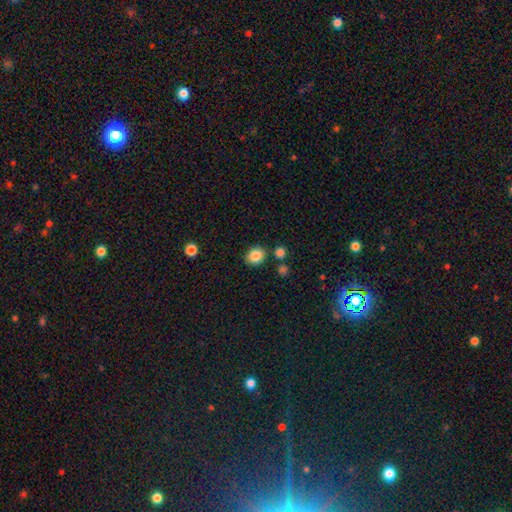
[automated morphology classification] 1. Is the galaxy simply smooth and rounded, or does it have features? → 85% smooth, 10% star or artifact, 5% featured or disk.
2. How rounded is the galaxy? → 70% round, 30% in between, 1% cigar-shaped.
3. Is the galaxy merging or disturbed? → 83% none, 9% minor disturbance, 6% merger, 3% major disturbance.